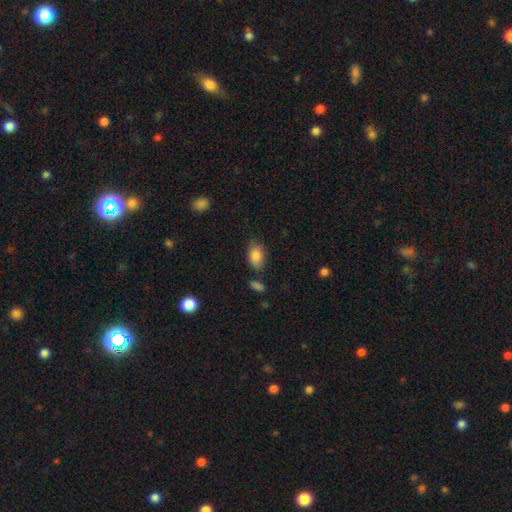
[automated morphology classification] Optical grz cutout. It shows a smooth galaxy with no disk features (86%) that is in between round and cigar-shaped (87%). Merging: none (71%).